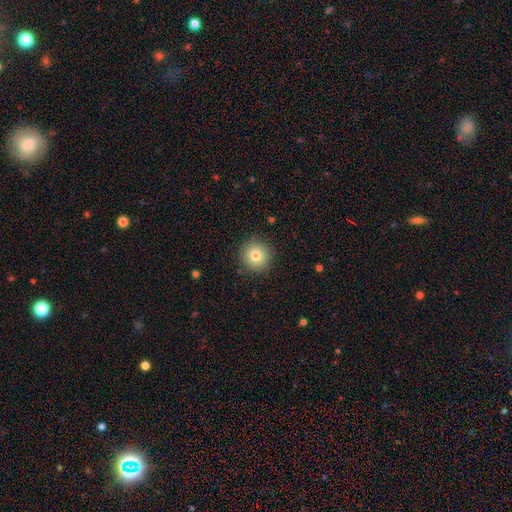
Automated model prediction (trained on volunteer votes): Smooth or featured? Predicted: smooth (p=0.80). How rounded? Predicted: round (p=0.95). Merging? Predicted: none (p=0.90).